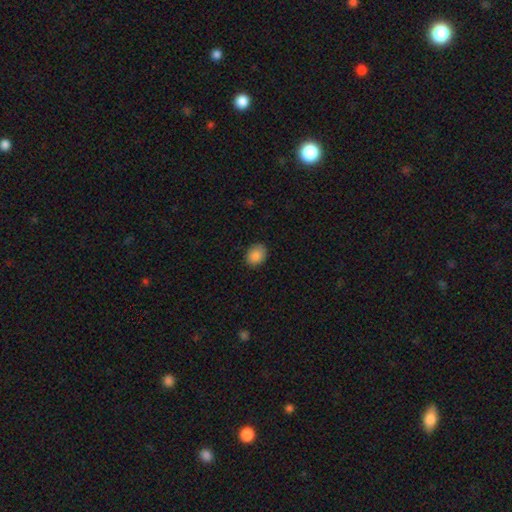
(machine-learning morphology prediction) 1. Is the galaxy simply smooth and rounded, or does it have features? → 87% smooth, 8% star or artifact, 4% featured or disk.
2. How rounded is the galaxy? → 59% in between, 40% round, 1% cigar-shaped.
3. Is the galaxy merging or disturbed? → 86% none, 11% minor disturbance, 2% major disturbance, 1% merger.